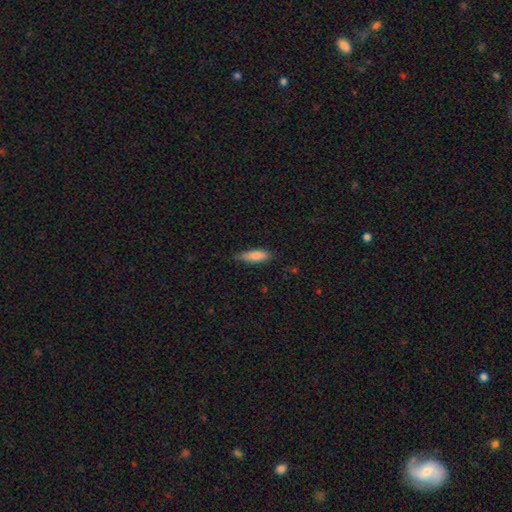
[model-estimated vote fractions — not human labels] This appears to be a smooth galaxy with no disk features (85%) that is in between round and cigar-shaped (50%). Merging: none (74%).